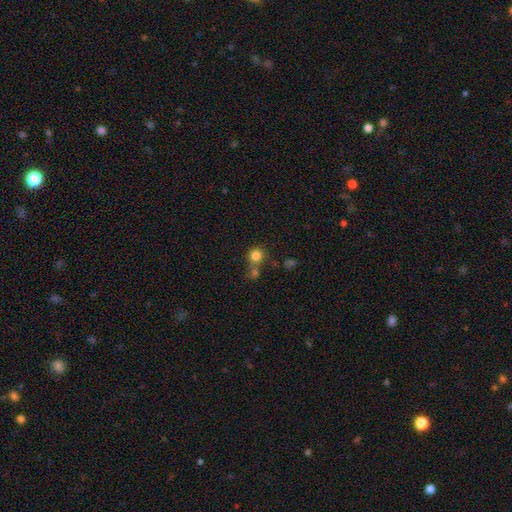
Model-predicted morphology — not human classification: Overall: smooth (81%). How rounded: round (87%). Merging: none (51%; merger 33%).